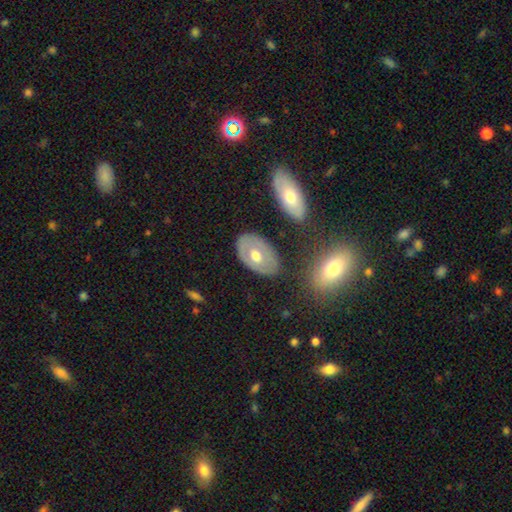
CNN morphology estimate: Smooth or featured? Predicted: featured or disk (p=0.50). Merging? Predicted: none (p=0.77).